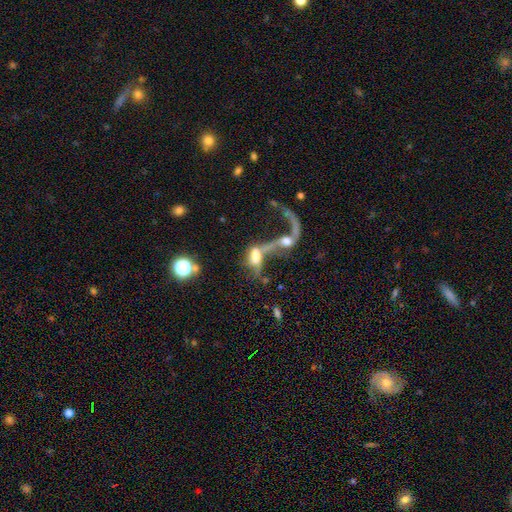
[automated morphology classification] A featured or disk galaxy (51%).

Vote fractions:
- Smooth or featured? featured or disk: 51% / smooth: 36% / star or artifact: 13%
- Edge-on disk? no: 89% / yes: 11%
- Merging? merger: 68% / major disturbance: 17% / none: 10% / minor disturbance: 5%